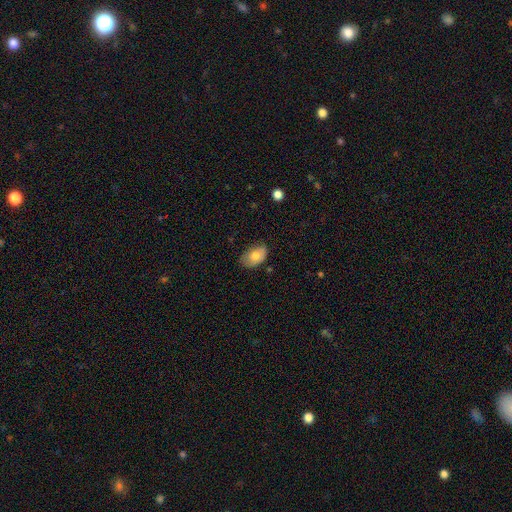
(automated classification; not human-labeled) Smooth or featured? smooth (73%)
How rounded? in between (89%)
Merging? none (62%)